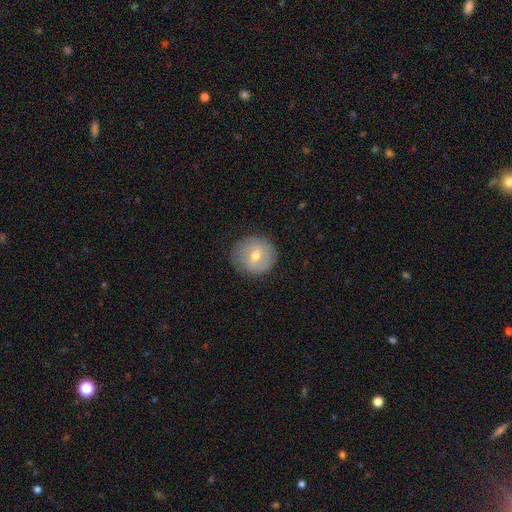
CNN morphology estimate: smooth-or-featured: smooth: 61% | featured or disk: 31% | star or artifact: 9%
  how-rounded: round: 93% | in between: 6% | cigar-shaped: 1%
  merging: none: 86% | minor disturbance: 10% | major disturbance: 3% | merger: 1%